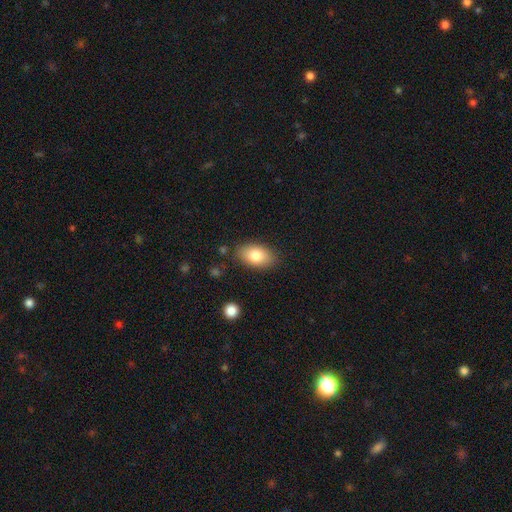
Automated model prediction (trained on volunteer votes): smooth-or-featured: smooth: 81% | featured or disk: 11% | star or artifact: 7%
  how-rounded: in between: 91% | round: 7% | cigar-shaped: 2%
  merging: none: 83% | minor disturbance: 12% | major disturbance: 3% | merger: 2%